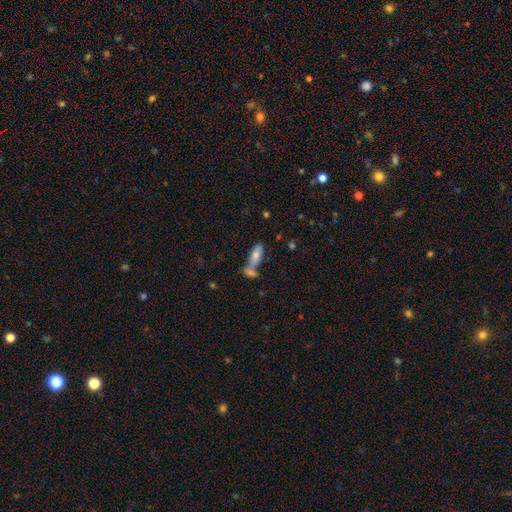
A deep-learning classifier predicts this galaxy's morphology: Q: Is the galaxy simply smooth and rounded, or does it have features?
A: smooth — 72%.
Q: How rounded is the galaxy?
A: in between — 74%.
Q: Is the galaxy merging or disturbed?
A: merger — 50%.